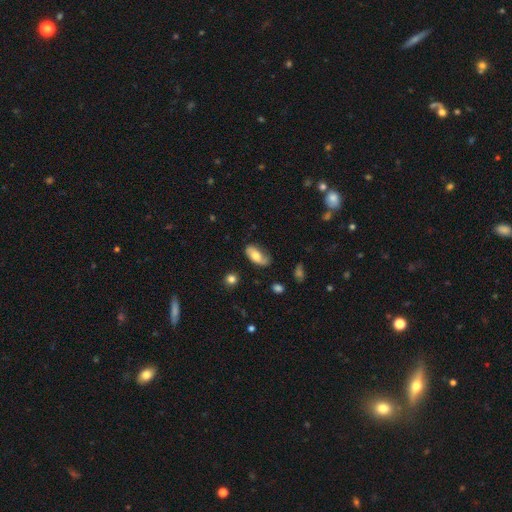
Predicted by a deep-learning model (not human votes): smooth_or_featured: smooth (p=0.67) [alt: featured or disk p=0.26]
how_rounded: in between (p=0.90) [alt: cigar-shaped p=0.07]
merging: none (p=0.59) [alt: minor disturbance p=0.29]